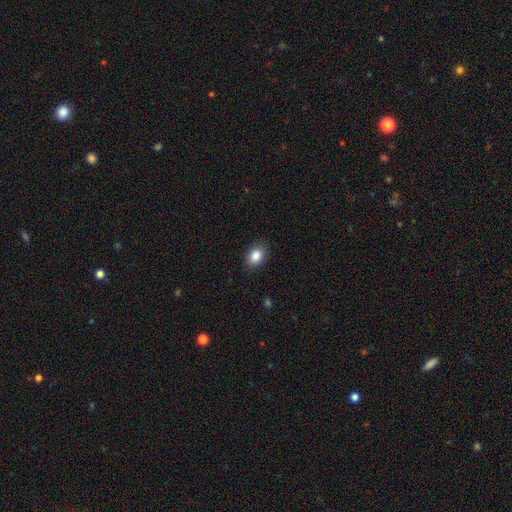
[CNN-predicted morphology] smooth-or-featured: smooth: 86% | star or artifact: 8% | featured or disk: 6%
  how-rounded: in between: 78% | round: 21% | cigar-shaped: 1%
  merging: none: 87% | minor disturbance: 10% | major disturbance: 2% | merger: 1%